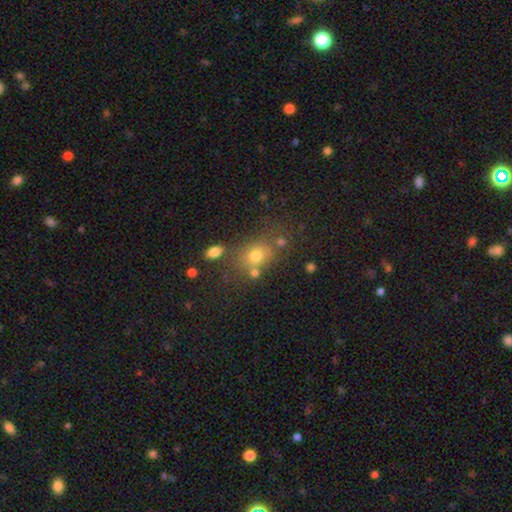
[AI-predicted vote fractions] This is likely a smooth galaxy (70%). How rounded: possibly in between (50%). Merging: likely none (61%).